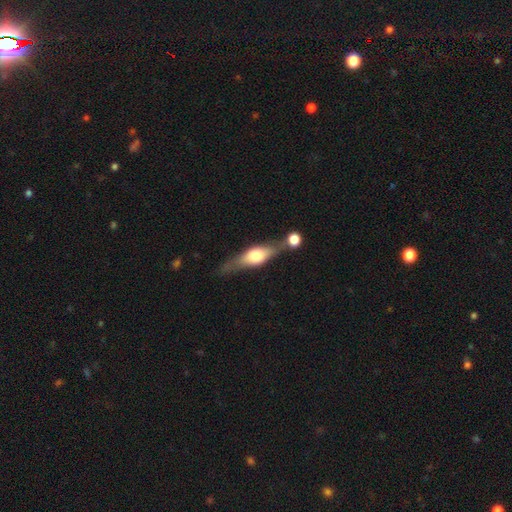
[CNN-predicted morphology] type=featured or disk (59%); edge-on=yes (90%); edge-on bulge=rounded (86%); merging=none (55%).